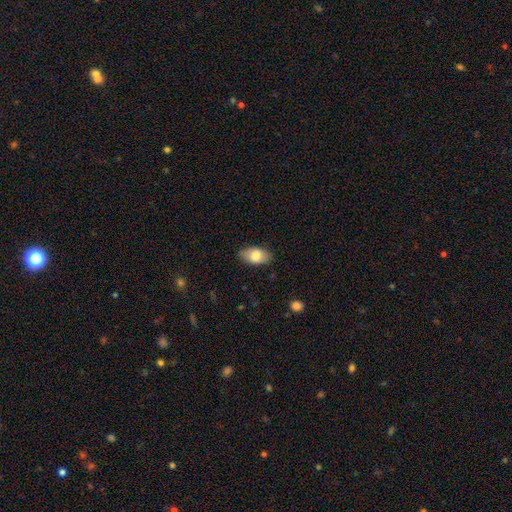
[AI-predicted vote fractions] This is likely a smooth galaxy (78%). How rounded: clearly in between (92%). Merging: clearly none (84%).